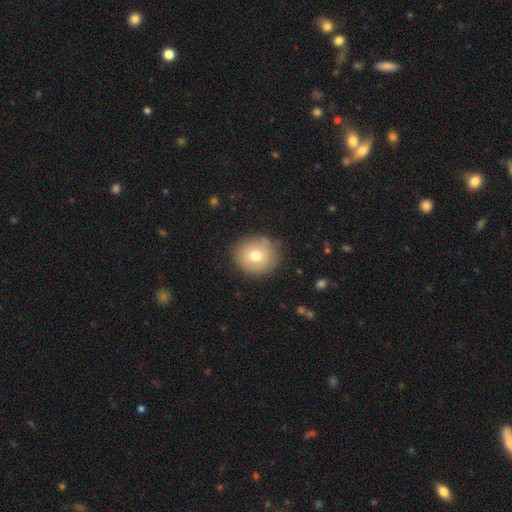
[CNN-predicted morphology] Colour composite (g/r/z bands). It shows a smooth galaxy with no disk features (72%) that is round (85%). Merging: none (81%).